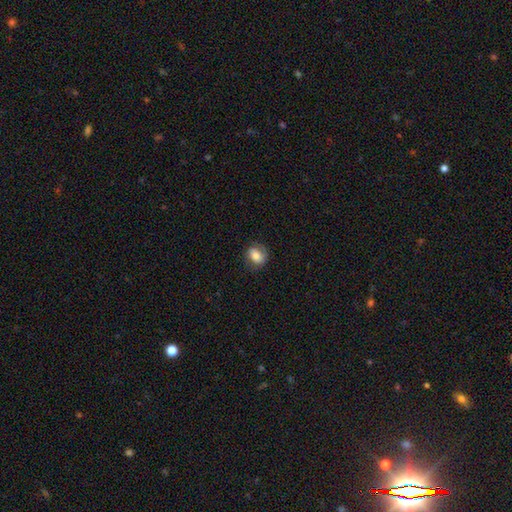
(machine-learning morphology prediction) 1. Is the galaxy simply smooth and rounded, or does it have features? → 74% smooth, 18% featured or disk, 8% star or artifact.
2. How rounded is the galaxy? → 52% round, 47% in between, 1% cigar-shaped.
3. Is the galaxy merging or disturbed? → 75% none, 18% minor disturbance, 6% major disturbance, 1% merger.